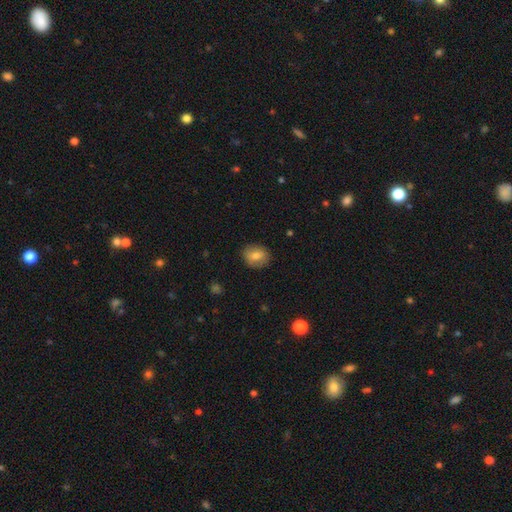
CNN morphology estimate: Smooth or featured?
  - smooth: 77% *
  - featured or disk: 15%
  - star or artifact: 8%
How rounded?
  - round: 60% *
  - in between: 39%
  - cigar-shaped: 1%
Merging?
  - none: 84% *
  - minor disturbance: 12%
  - major disturbance: 3%
  - merger: 1%